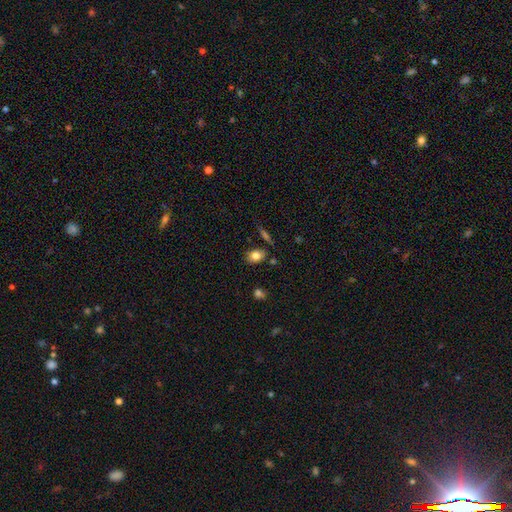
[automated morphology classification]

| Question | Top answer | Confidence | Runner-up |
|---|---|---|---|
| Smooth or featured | smooth | 79% | featured or disk (12%) |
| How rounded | in between | 74% | round (24%) |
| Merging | none | 78% | minor disturbance (14%) |